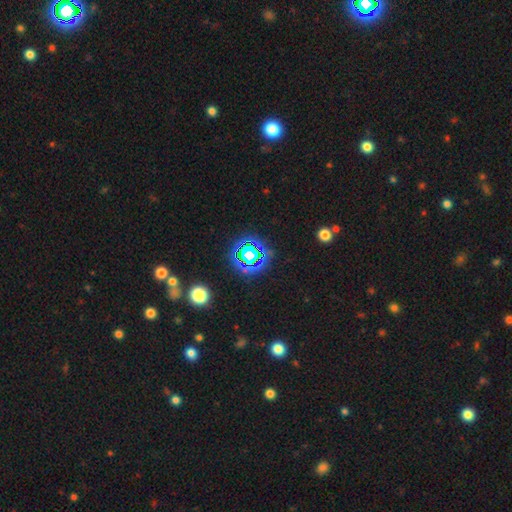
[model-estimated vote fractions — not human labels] Smooth or featured?
  - star or artifact: 68% *
  - smooth: 24%
  - featured or disk: 8%